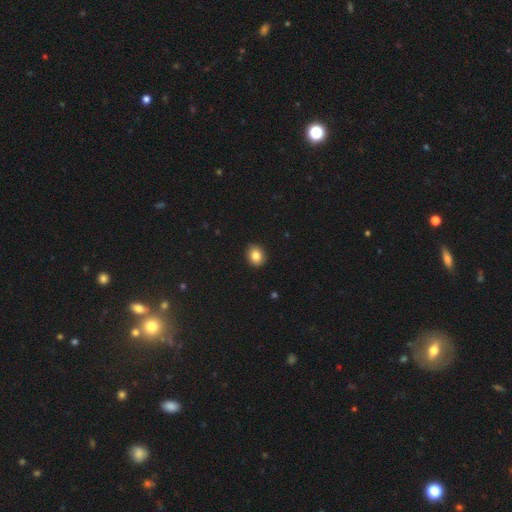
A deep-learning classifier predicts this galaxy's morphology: smooth 84%, star or artifact 9%, featured or disk 7%. Down the decision tree: how rounded — round (57%); merging — none (90%).